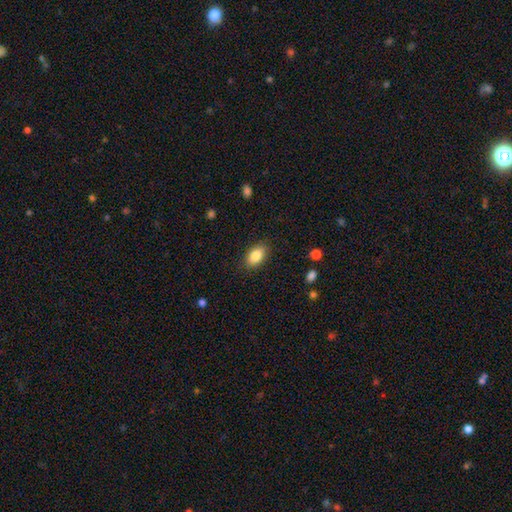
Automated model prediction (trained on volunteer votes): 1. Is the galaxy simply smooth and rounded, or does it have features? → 86% smooth, 7% star or artifact, 7% featured or disk.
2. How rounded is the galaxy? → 91% in between, 6% round, 3% cigar-shaped.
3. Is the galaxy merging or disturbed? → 86% none, 10% minor disturbance, 3% major disturbance, 1% merger.